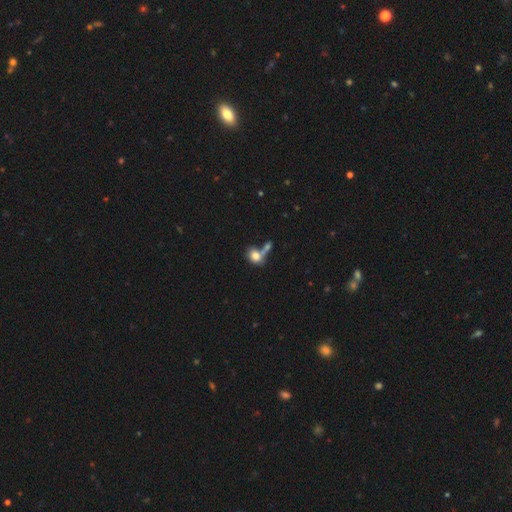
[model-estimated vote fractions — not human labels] Smooth or featured?
  - smooth: 79% *
  - featured or disk: 12%
  - star or artifact: 9%
How rounded?
  - in between: 63% *
  - round: 35%
  - cigar-shaped: 2%
Merging?
  - merger: 45% *
  - none: 35%
  - minor disturbance: 12%
  - major disturbance: 8%